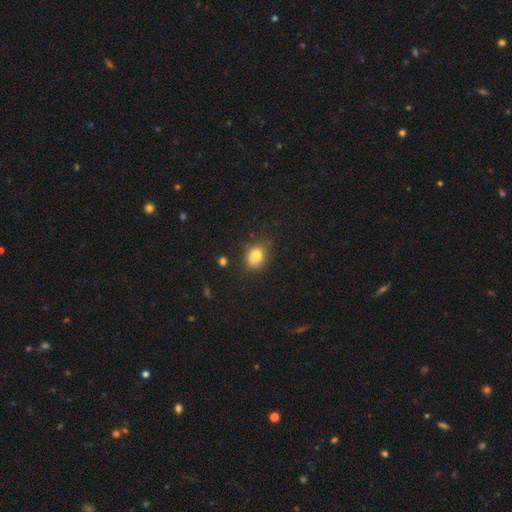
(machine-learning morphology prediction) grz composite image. It shows a smooth galaxy with no disk features (82%) that is in between round and cigar-shaped (51%). Merging: none (73%).